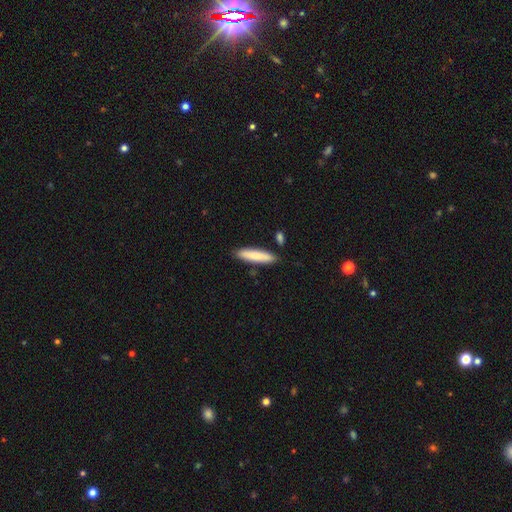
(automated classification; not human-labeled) Smooth or featured?
  - smooth: 83% *
  - featured or disk: 12%
  - star or artifact: 6%
How rounded?
  - cigar-shaped: 83% *
  - in between: 16%
  - round: 1%
Merging?
  - none: 85% *
  - minor disturbance: 9%
  - merger: 3%
  - major disturbance: 2%